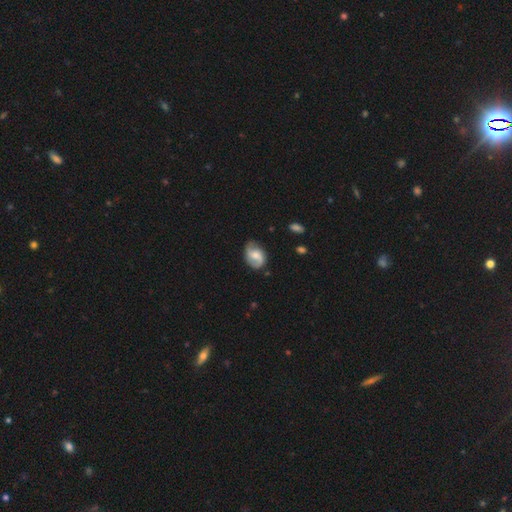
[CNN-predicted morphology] Smooth or featured? featured or disk (67%)
Edge-on disk? no (97%)
Bar? no (48%)
Spiral arms? yes (93%)
Spiral winding? loose (43%)
Spiral arm count? 2 (84%)
Bulge size? moderate (51%)
Merging? none (72%)